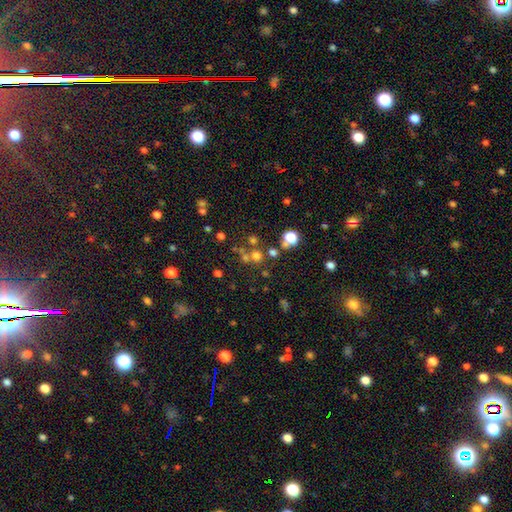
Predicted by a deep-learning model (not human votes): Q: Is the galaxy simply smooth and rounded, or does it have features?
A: smooth — 58%.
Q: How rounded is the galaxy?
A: round — 89%.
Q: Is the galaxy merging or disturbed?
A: none — 65%.